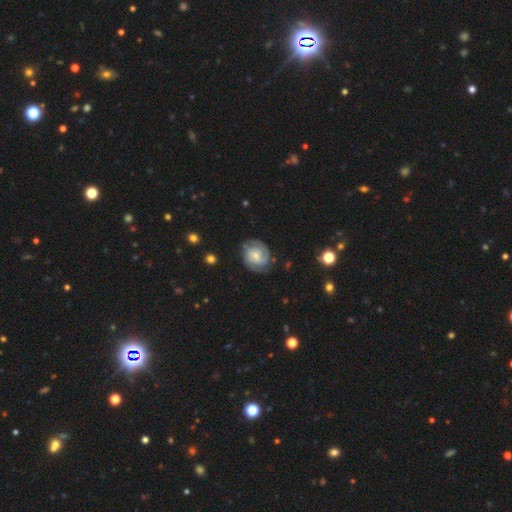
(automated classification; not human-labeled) Morphology: type=featured or disk (76%); edge-on=no (98%); bar=no (57%); spiral arms=yes (94%); winding=tight (61%); arm count=2 (58%); bulge=small (54%); merging=none (74%).